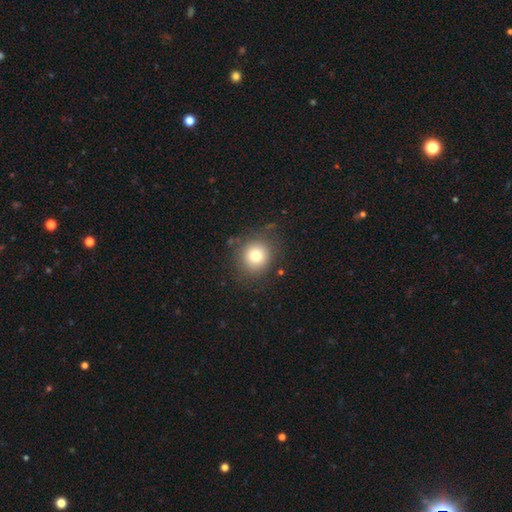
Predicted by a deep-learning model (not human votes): This appears to be a smooth galaxy with no disk features (77%) that is round (89%). Merging: none (84%).